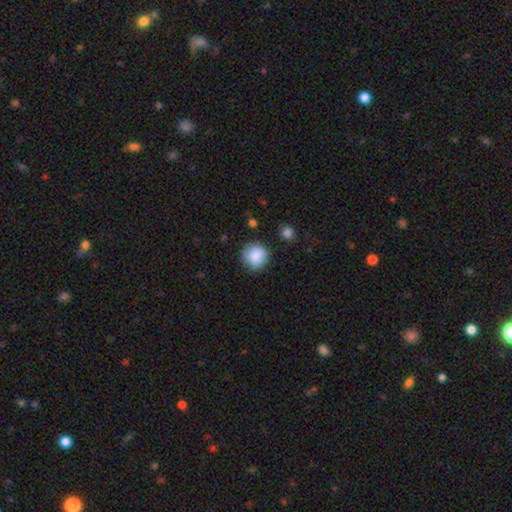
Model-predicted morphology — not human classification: smooth 88%, star or artifact 7%, featured or disk 5%. Down the decision tree: how rounded — round (92%); merging — none (84%).